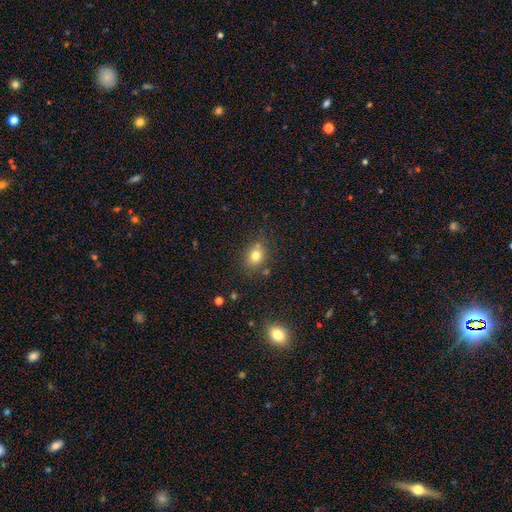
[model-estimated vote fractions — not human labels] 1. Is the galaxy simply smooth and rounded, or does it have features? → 77% smooth, 13% star or artifact, 10% featured or disk.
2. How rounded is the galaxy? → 51% round, 48% in between, 1% cigar-shaped.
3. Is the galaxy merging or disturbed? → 73% none, 15% minor disturbance, 8% merger, 4% major disturbance.